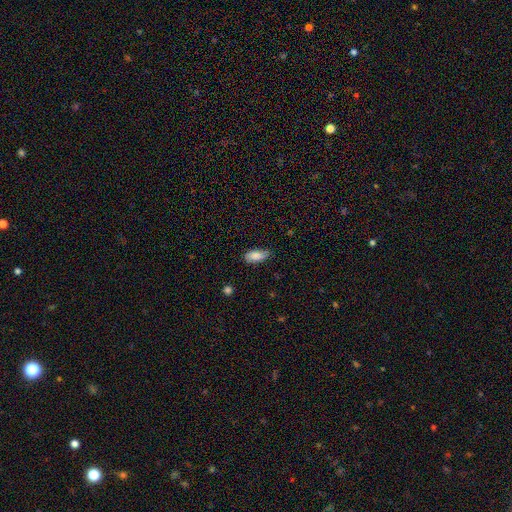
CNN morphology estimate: Overall: smooth (83%). How rounded: in between (89%). Merging: none (73%).